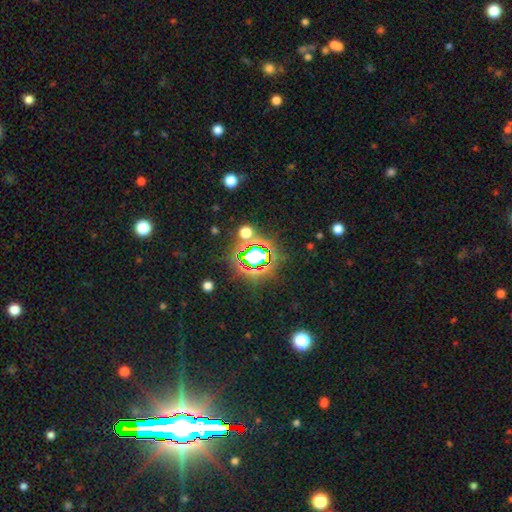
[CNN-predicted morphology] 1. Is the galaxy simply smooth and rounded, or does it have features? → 70% star or artifact, 19% smooth, 11% featured or disk.